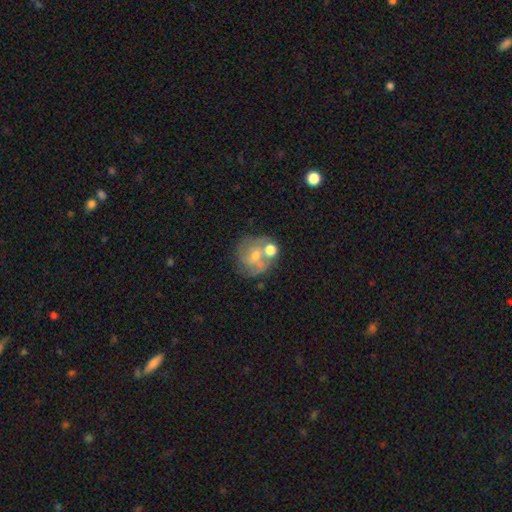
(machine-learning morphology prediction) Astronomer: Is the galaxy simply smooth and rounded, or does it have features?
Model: featured or disk — 49% (runner-up: smooth, 40%).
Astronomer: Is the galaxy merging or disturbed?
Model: none — 46% (runner-up: merger, 25%).